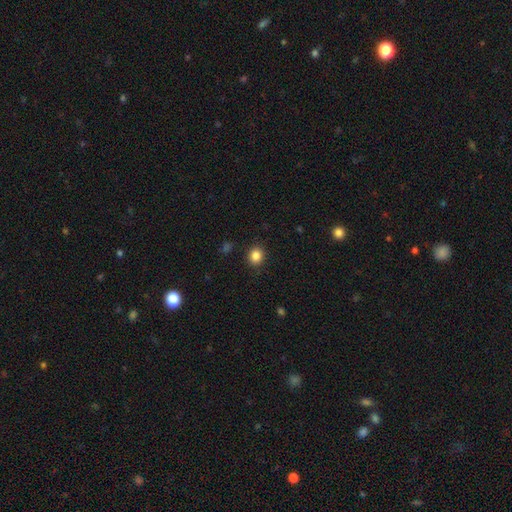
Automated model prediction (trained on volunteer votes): Smooth or featured? smooth (85%)
How rounded? round (76%)
Merging? none (90%)